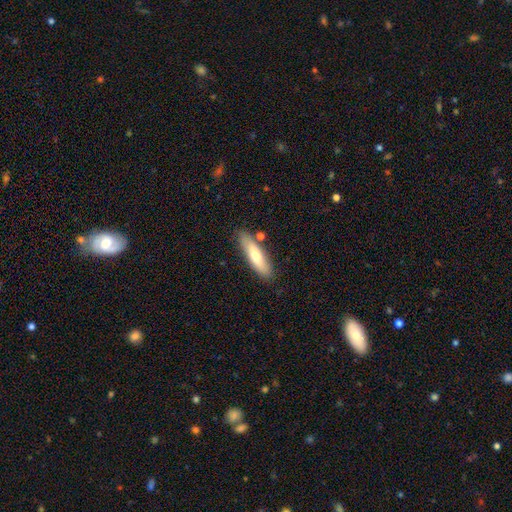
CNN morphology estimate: type=smooth (68%); roundness=cigar-shaped (68%); merging=none (80%).